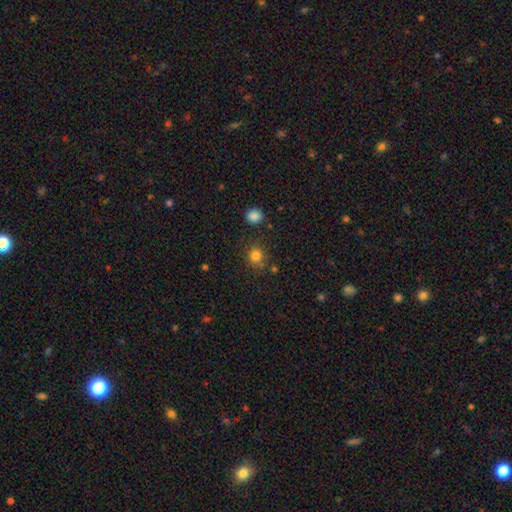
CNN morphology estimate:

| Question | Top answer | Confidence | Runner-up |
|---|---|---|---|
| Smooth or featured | smooth | 81% | star or artifact (14%) |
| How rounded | round | 85% | in between (14%) |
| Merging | none | 79% | minor disturbance (12%) |